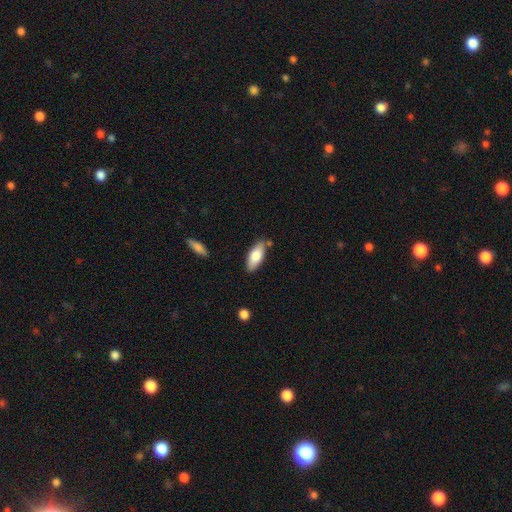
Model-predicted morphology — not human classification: type=smooth (77%); roundness=in between (79%); merging=none (81%).